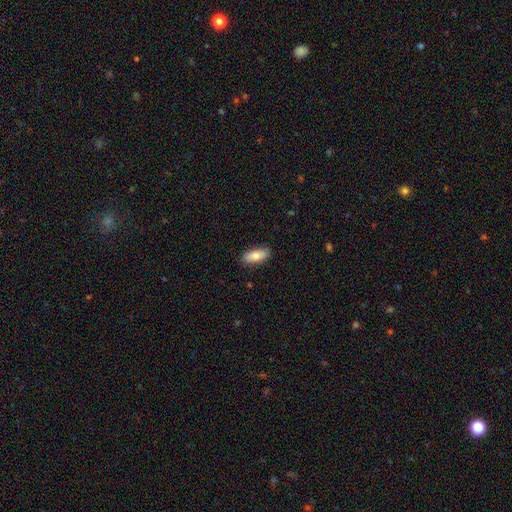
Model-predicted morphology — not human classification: The model was most divided on "smooth or featured": smooth: 80%, featured or disk: 14%, star or artifact: 6%. More confident: merging — none (86%); how rounded — in between (82%).